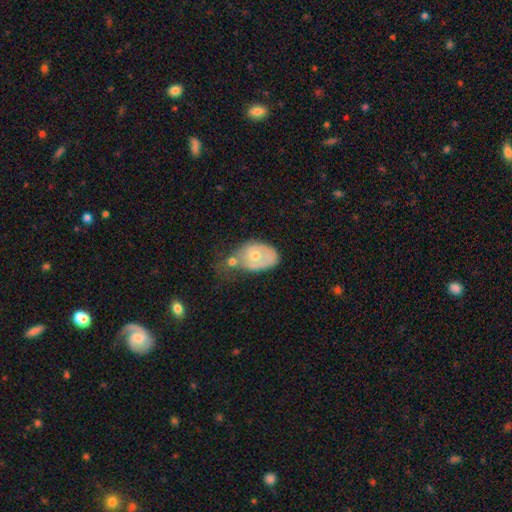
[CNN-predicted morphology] type=featured or disk (46%, tied with smooth); merging=merger (33%).